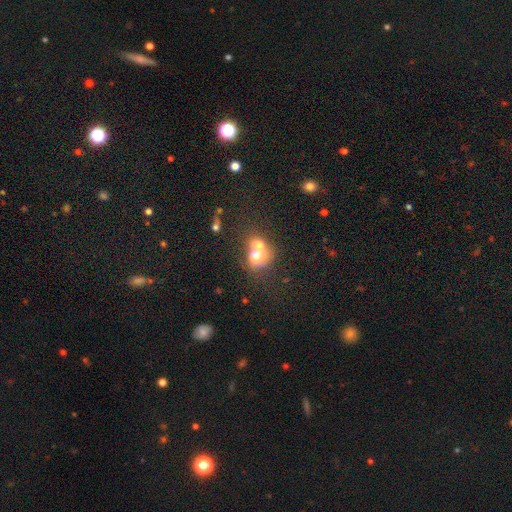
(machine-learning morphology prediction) Smooth or featured? Predicted: smooth (p=0.66). How rounded? Predicted: round (p=0.62). Merging? Predicted: merger (p=0.68).